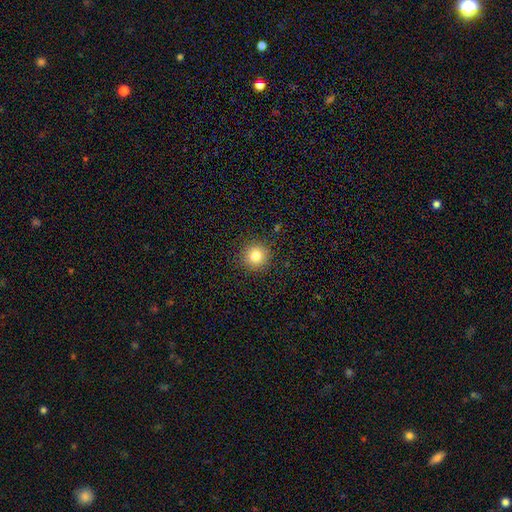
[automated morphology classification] Smooth or featured: smooth — 81% (star or artifact — 12%)
How rounded: round — 95% (in between — 4%)
Merging: none — 91% (minor disturbance — 6%)